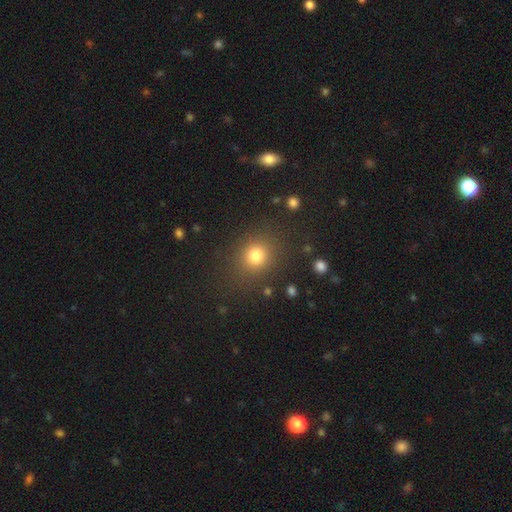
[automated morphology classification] Smooth or featured: smooth — 79% (star or artifact — 14%)
How rounded: round — 79% (in between — 19%)
Merging: none — 82% (minor disturbance — 10%)